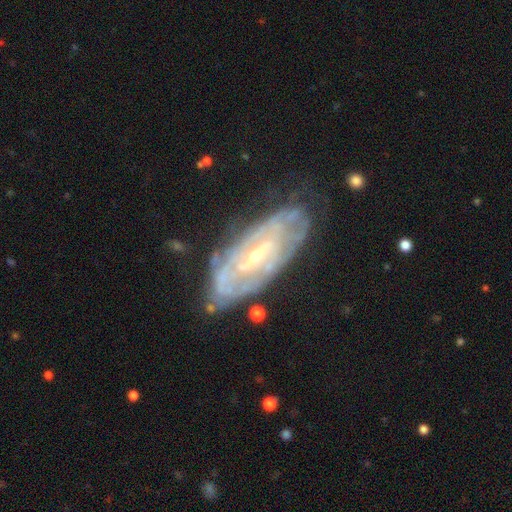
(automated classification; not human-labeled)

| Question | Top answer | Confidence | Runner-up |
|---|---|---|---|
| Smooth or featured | featured or disk | 84% | smooth (11%) |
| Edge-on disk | no | 88% | yes (12%) |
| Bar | weak | 42% | strong (30%) |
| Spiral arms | yes | 83% | no (17%) |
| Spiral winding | tight | 72% | medium (22%) |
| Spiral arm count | can't tell | 55% | 2 (22%) |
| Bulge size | small | 61% | moderate (36%) |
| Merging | none | 74% | minor disturbance (18%) |